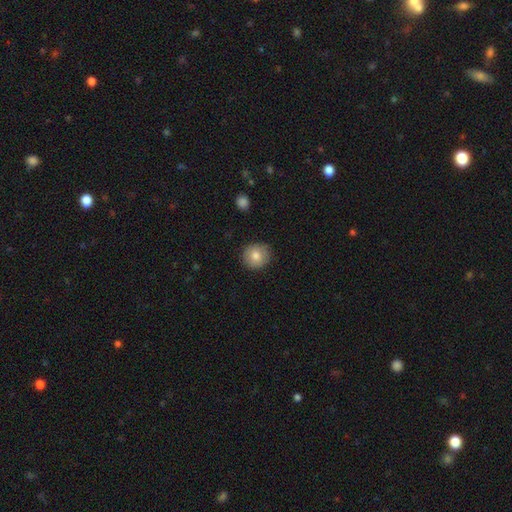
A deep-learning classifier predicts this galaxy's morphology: Smooth or featured? smooth (81%)
How rounded? round (90%)
Merging? none (88%)